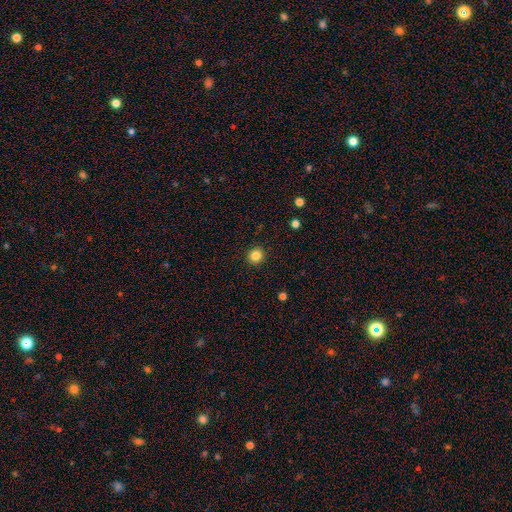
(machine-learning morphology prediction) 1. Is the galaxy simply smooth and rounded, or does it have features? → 84% smooth, 12% star or artifact, 4% featured or disk.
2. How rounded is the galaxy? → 92% round, 7% in between, 1% cigar-shaped.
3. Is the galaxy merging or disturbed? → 92% none, 5% minor disturbance, 2% major disturbance, 1% merger.